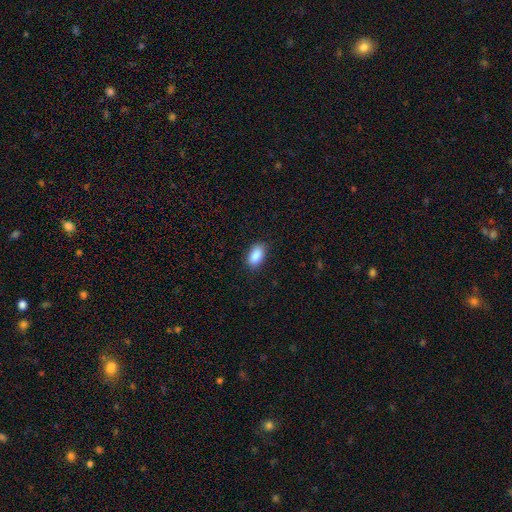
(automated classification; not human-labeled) A smooth galaxy with no disk features (89%) that is in between round and cigar-shaped (93%).

Vote fractions:
- Smooth or featured? smooth: 89% / star or artifact: 7% / featured or disk: 4%
- How rounded? in between: 93% / round: 4% / cigar-shaped: 3%
- Merging? none: 86% / minor disturbance: 11% / major disturbance: 2% / merger: 1%